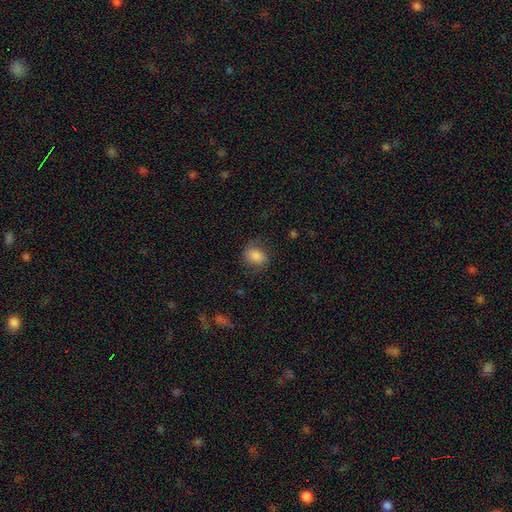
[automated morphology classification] A smooth galaxy with no disk features (84%) that is in between round and cigar-shaped (59%).

Vote fractions:
- Smooth or featured? smooth: 84% / star or artifact: 9% / featured or disk: 7%
- How rounded? in between: 59% / round: 40% / cigar-shaped: 1%
- Merging? none: 73% / minor disturbance: 18% / major disturbance: 7% / merger: 1%